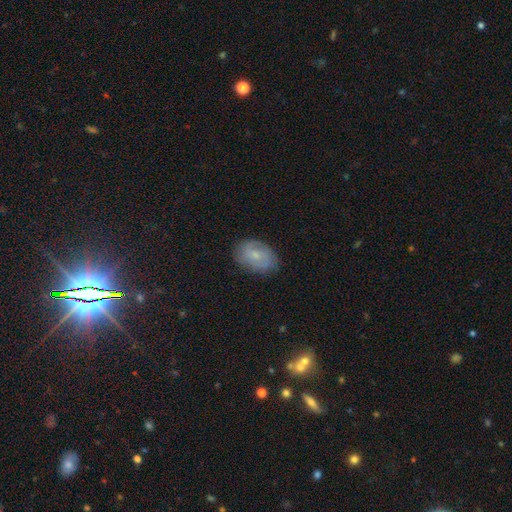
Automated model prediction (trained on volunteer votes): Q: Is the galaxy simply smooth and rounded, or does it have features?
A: smooth — 55%.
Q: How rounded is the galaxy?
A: in between — 80%.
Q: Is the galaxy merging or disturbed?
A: none — 80%.